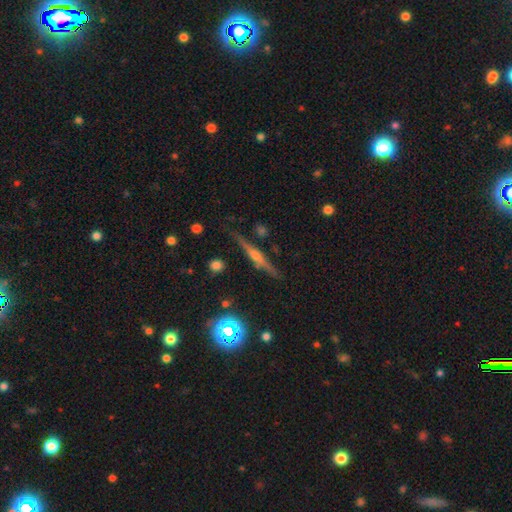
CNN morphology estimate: Smooth or featured?
  - featured or disk: 71% *
  - smooth: 18%
  - star or artifact: 10%
Edge-on disk?
  - yes: 97% *
  - no: 3%
Edge-on bulge?
  - rounded: 75% *
  - boxy: 13%
  - none: 12%
Merging?
  - none: 86% *
  - minor disturbance: 10%
  - major disturbance: 2%
  - merger: 2%